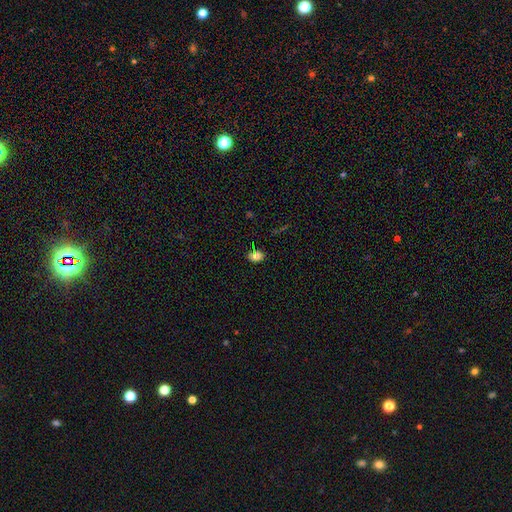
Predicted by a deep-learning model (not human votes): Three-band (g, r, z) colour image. It shows a smooth galaxy with no disk features (76%) that is in between round and cigar-shaped (63%). Merging: none (80%).